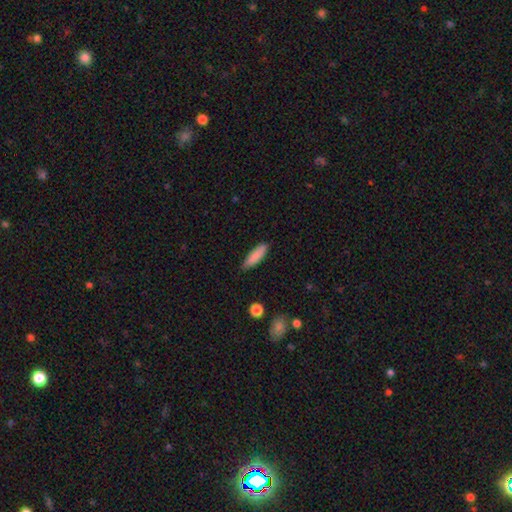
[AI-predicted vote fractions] Smooth or featured: smooth — 85% (featured or disk — 8%)
How rounded: cigar-shaped — 63% (in between — 36%)
Merging: none — 82% (minor disturbance — 14%)